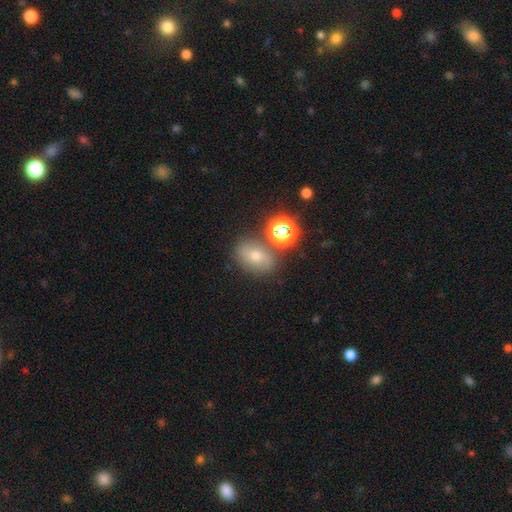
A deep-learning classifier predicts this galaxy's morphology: A smooth galaxy with no disk features (50%). Merging: none (69%).